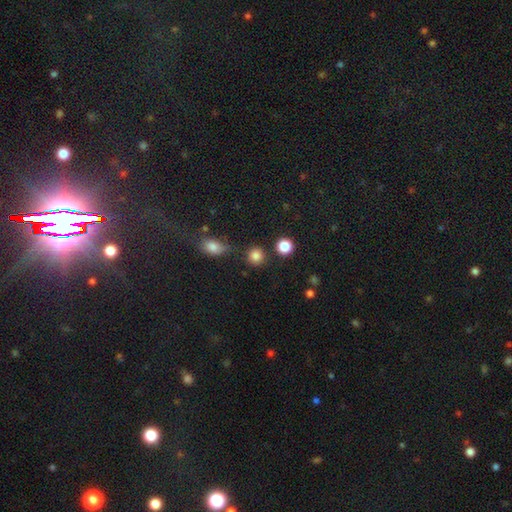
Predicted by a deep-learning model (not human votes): smooth-or-featured: smooth: 84% | star or artifact: 12% | featured or disk: 4%
  how-rounded: round: 91% | in between: 8% | cigar-shaped: 1%
  merging: none: 82% | minor disturbance: 9% | merger: 6% | major disturbance: 3%